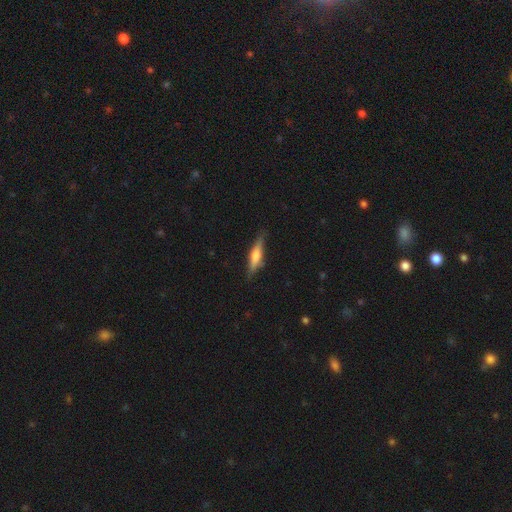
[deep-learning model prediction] Q: Smooth or featured?
A: featured or disk (50%); runner-up: smooth (44%)
Q: Merging?
A: none (84%); runner-up: minor disturbance (12%)